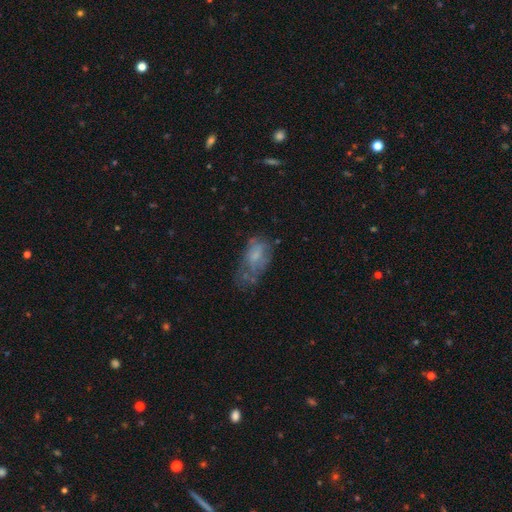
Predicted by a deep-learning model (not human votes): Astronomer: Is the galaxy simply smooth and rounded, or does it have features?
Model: smooth — 54% (runner-up: featured or disk, 36%).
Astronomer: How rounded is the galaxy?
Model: in between — 90%.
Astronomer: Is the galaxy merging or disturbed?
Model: none — 32% (runner-up: minor disturbance, 30%).